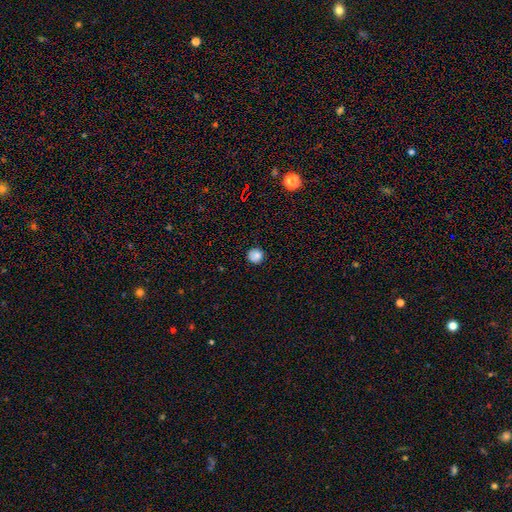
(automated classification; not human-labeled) This appears to be a smooth galaxy with no disk features (83%) that is round (94%). Merging: none (86%).